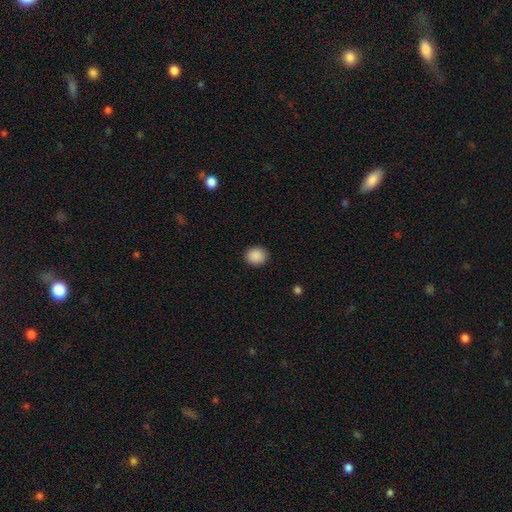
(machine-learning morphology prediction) Q: Smooth or featured?
A: smooth (89%); runner-up: star or artifact (9%)
Q: How rounded?
A: round (73%); runner-up: in between (26%)
Q: Merging?
A: none (90%); runner-up: minor disturbance (7%)